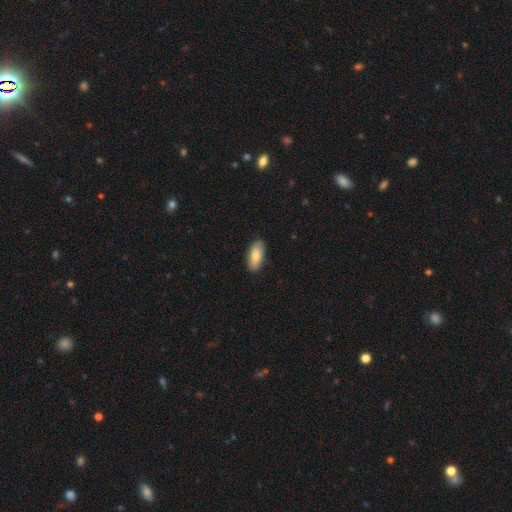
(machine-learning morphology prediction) Smooth or featured? Predicted: smooth (p=0.77). How rounded? Predicted: in between (p=0.86). Merging? Predicted: none (p=0.88).